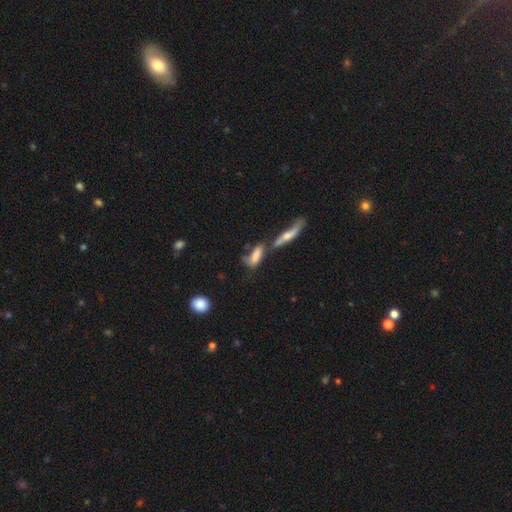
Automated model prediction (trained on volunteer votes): A smooth galaxy with no disk features (65%) that is in between round and cigar-shaped (64%).

Vote fractions:
- Smooth or featured? smooth: 65% / featured or disk: 26% / star or artifact: 10%
- How rounded? in between: 64% / cigar-shaped: 33% / round: 3%
- Merging? merger: 44% / none: 27% / minor disturbance: 16% / major disturbance: 12%